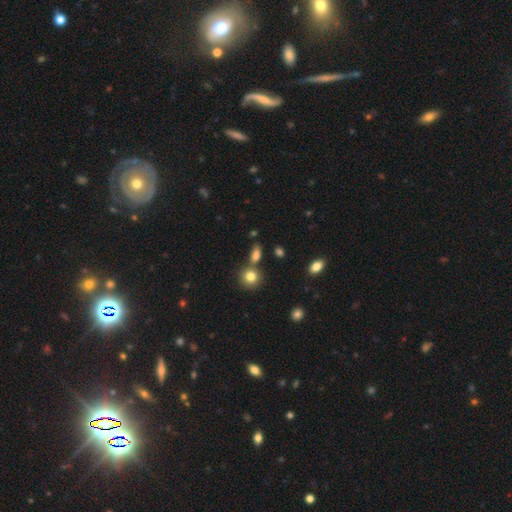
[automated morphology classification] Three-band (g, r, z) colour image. It shows a smooth galaxy with no disk features (80%) that is in between round and cigar-shaped (68%). Merging: none (65%).